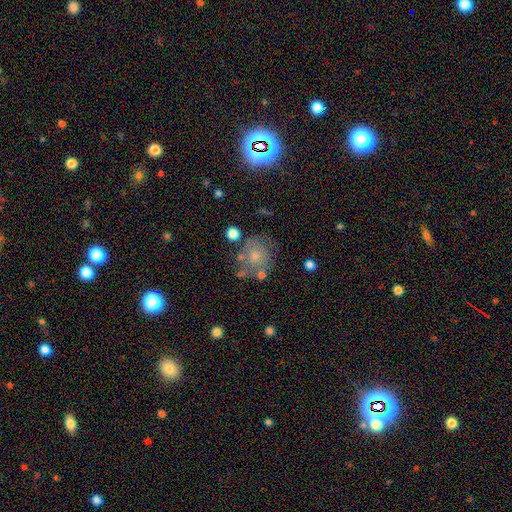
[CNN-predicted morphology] A smooth galaxy with no disk features (56%) that is round (77%).

Vote fractions:
- Smooth or featured? smooth: 56% / featured or disk: 32% / star or artifact: 12%
- How rounded? round: 77% / in between: 22% / cigar-shaped: 1%
- Merging? none: 57% / minor disturbance: 22% / major disturbance: 12% / merger: 9%